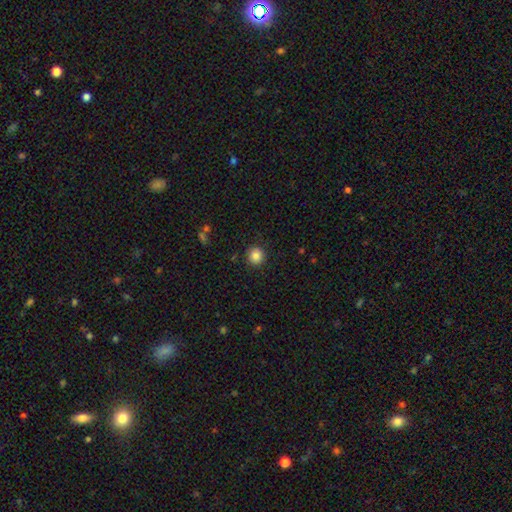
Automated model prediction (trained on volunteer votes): Smooth or featured? Predicted: smooth (p=0.85). How rounded? Predicted: round (p=0.93). Merging? Predicted: none (p=0.90).